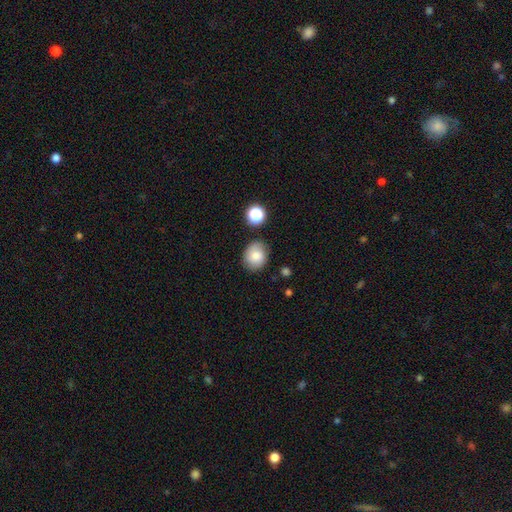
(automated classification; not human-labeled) smooth_or_featured: smooth (p=0.79) [alt: featured or disk p=0.11]
how_rounded: round (p=0.65) [alt: in between p=0.34]
merging: none (p=0.80) [alt: minor disturbance p=0.13]